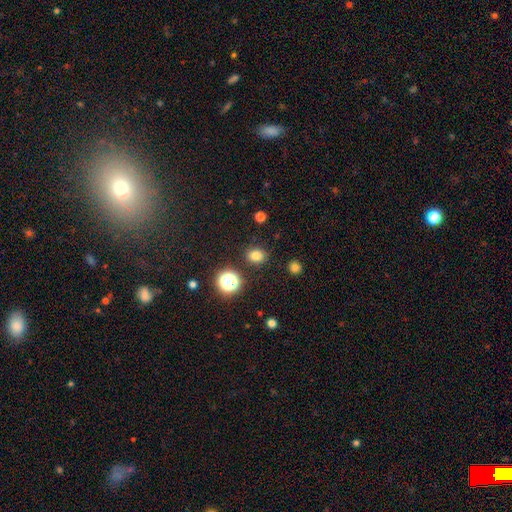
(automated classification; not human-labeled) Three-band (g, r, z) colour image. It shows a smooth galaxy with no disk features (77%) that is round (60%). Merging: none (86%).